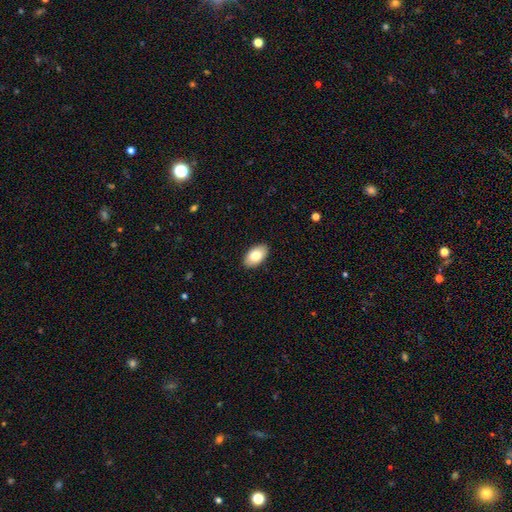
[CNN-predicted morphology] Q: Smooth or featured?
A: smooth (82%); runner-up: featured or disk (11%)
Q: How rounded?
A: in between (94%); runner-up: round (5%)
Q: Merging?
A: none (89%); runner-up: minor disturbance (8%)